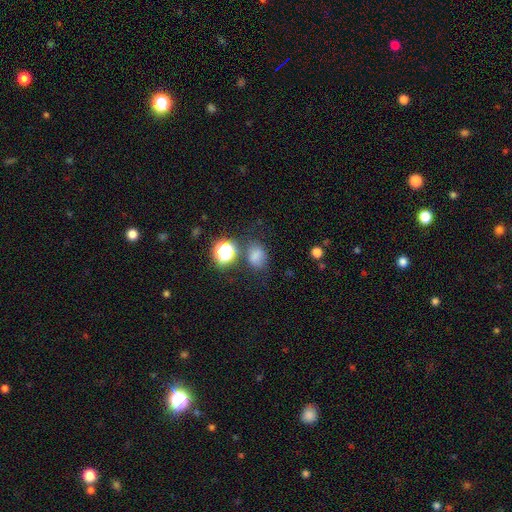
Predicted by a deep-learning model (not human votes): Smooth or featured?
  - smooth: 73% *
  - star or artifact: 20%
  - featured or disk: 8%
How rounded?
  - in between: 55% *
  - round: 44%
  - cigar-shaped: 1%
Merging?
  - none: 67% *
  - minor disturbance: 17%
  - merger: 9%
  - major disturbance: 7%